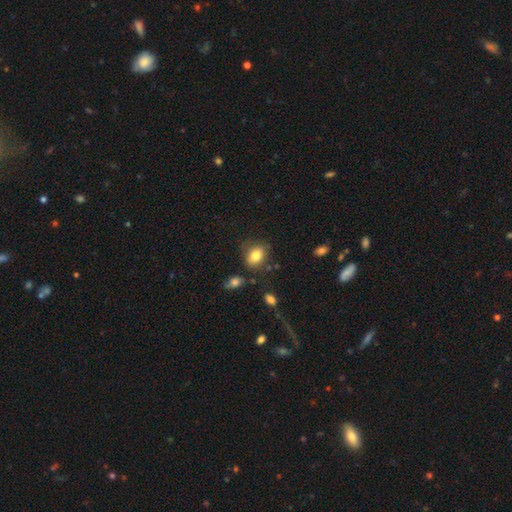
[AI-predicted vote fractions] Smooth or featured?
  - smooth: 82% *
  - featured or disk: 9%
  - star or artifact: 9%
How rounded?
  - in between: 64% *
  - round: 35%
  - cigar-shaped: 1%
Merging?
  - none: 74% *
  - minor disturbance: 17%
  - major disturbance: 5%
  - merger: 4%